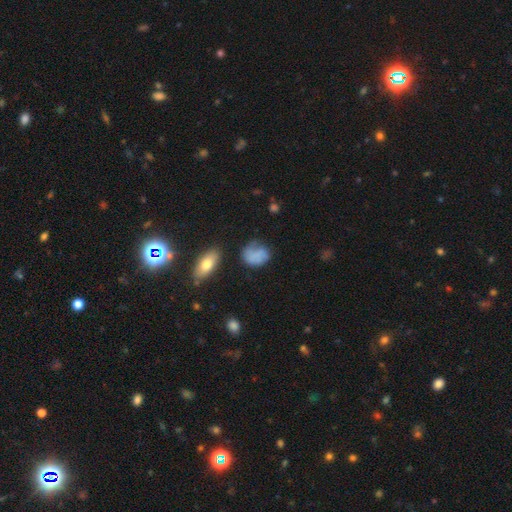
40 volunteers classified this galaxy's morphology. Volunteers were most divided on "how rounded" (2-way tie): round: 50%, in between: 50%, cigar-shaped: 0%. More confident: smooth or featured — smooth (75%); merging — none (51%).